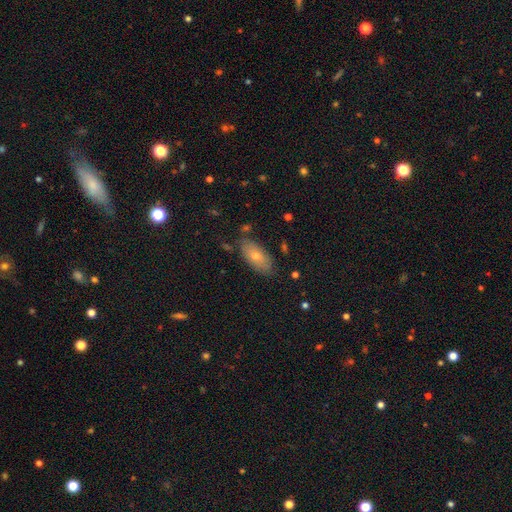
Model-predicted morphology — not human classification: type=smooth (64%); roundness=in between (85%); merging=none (81%).